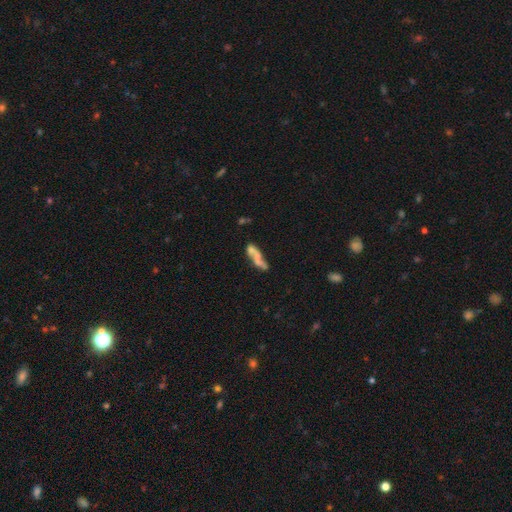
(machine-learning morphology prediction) A smooth galaxy with no disk features (47%). Merging: merger (39%).